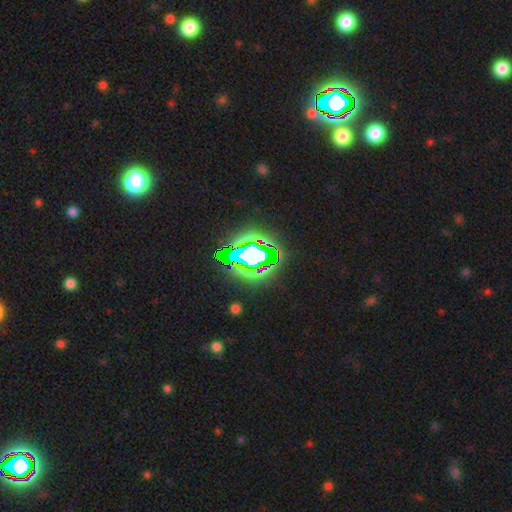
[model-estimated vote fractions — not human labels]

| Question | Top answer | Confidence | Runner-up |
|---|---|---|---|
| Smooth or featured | star or artifact | 63% | featured or disk (20%) |